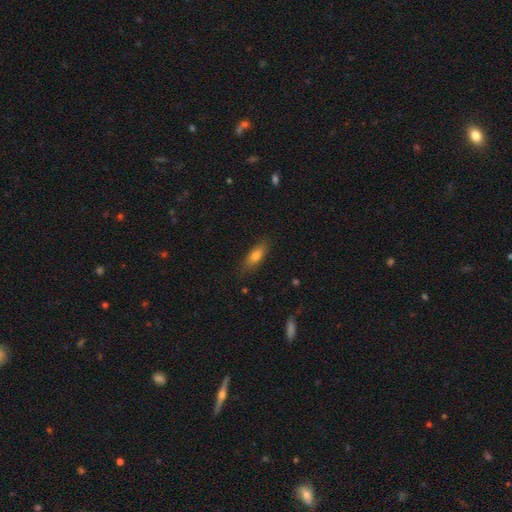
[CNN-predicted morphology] smooth 73%, featured or disk 19%, star or artifact 9%. Down the decision tree: how rounded — in between (60%); merging — none (83%).